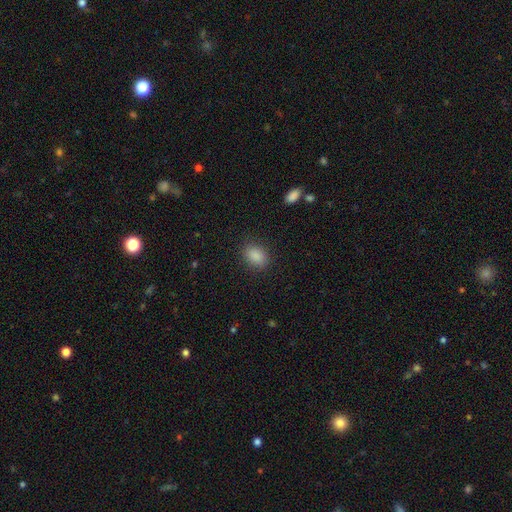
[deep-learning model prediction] This appears to be a smooth galaxy with no disk features (88%) that is in between round and cigar-shaped (76%). Merging: none (86%).